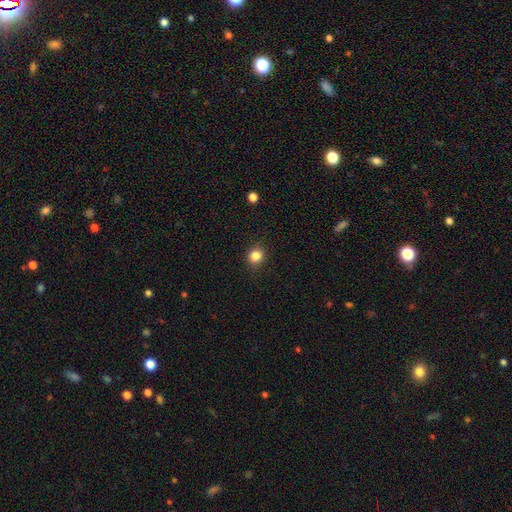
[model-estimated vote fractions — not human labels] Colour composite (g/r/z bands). It shows a smooth galaxy with no disk features (84%) that is round (75%). Merging: none (89%).